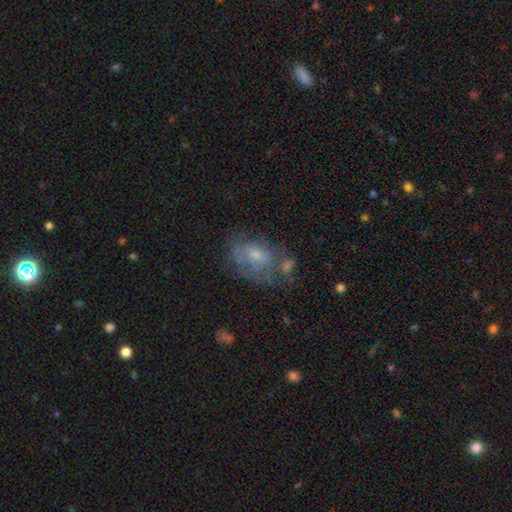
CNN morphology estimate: A featured or disk galaxy (46%). Merging: none (41%).